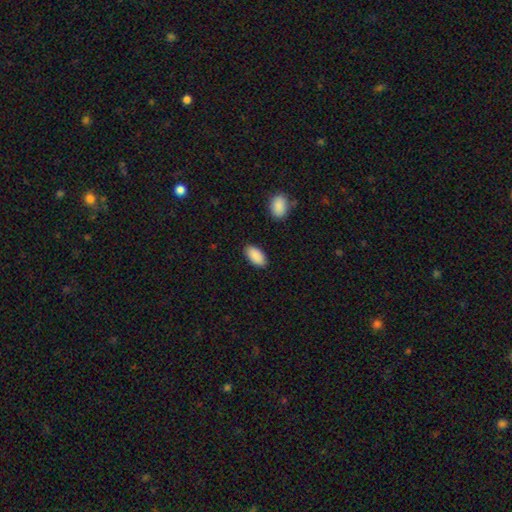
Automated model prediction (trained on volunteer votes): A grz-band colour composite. It shows a smooth galaxy with no disk features (91%) that is in between round and cigar-shaped (95%). Merging: none (87%).